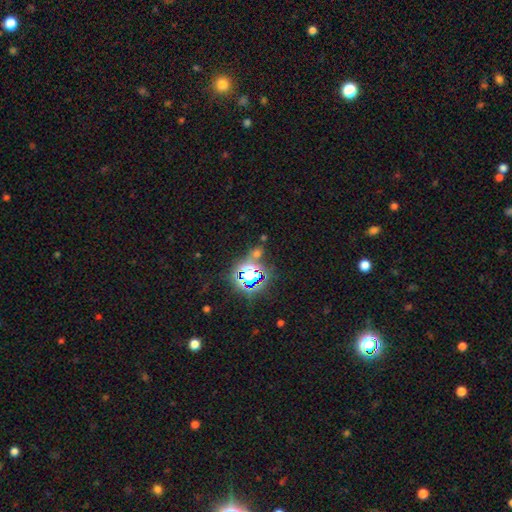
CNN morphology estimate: smooth-or-featured: star or artifact: 74% | smooth: 17% | featured or disk: 9%